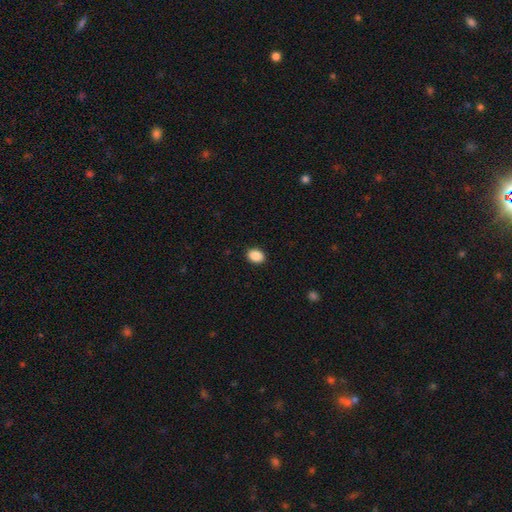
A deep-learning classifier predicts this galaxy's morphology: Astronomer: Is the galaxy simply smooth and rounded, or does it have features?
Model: smooth — 90%.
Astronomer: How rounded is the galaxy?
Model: in between — 67%.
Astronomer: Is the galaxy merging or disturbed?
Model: none — 90%.